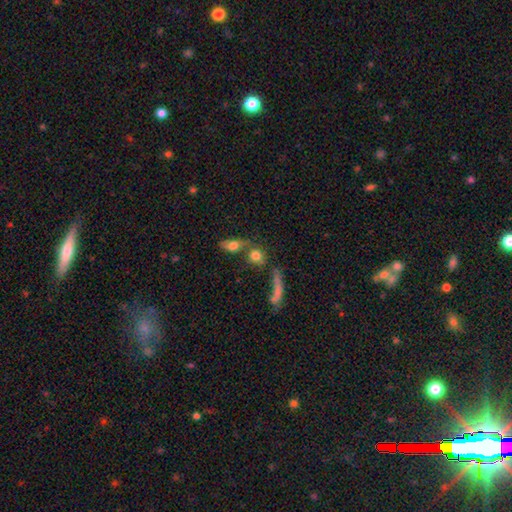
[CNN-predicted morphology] smooth 75%, featured or disk 14%, star or artifact 11%. Down the decision tree: how rounded — round (63%); merging — merger (42%).